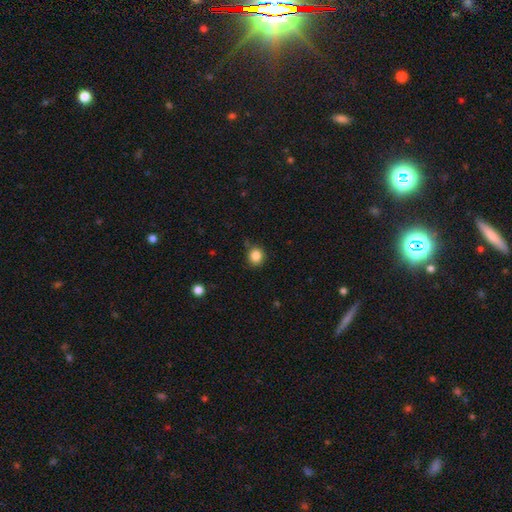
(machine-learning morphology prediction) Smooth or featured?
  - smooth: 85% *
  - star or artifact: 11%
  - featured or disk: 4%
How rounded?
  - round: 83% *
  - in between: 16%
  - cigar-shaped: 1%
Merging?
  - none: 78% *
  - minor disturbance: 16%
  - major disturbance: 3%
  - merger: 3%